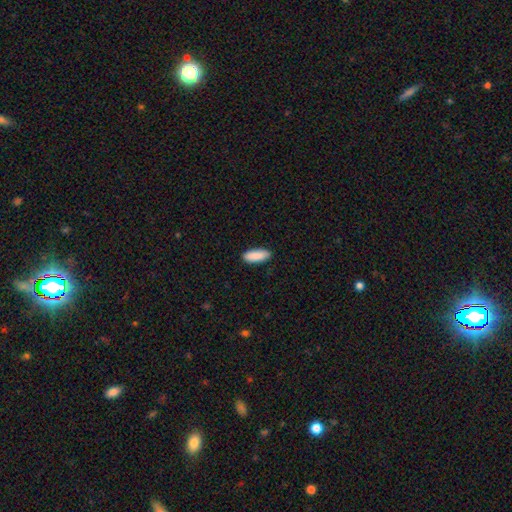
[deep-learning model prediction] smooth_or_featured: smooth (p=0.91) [alt: star or artifact p=0.06]
how_rounded: in between (p=0.74) [alt: cigar-shaped p=0.25]
merging: none (p=0.89) [alt: minor disturbance p=0.08]